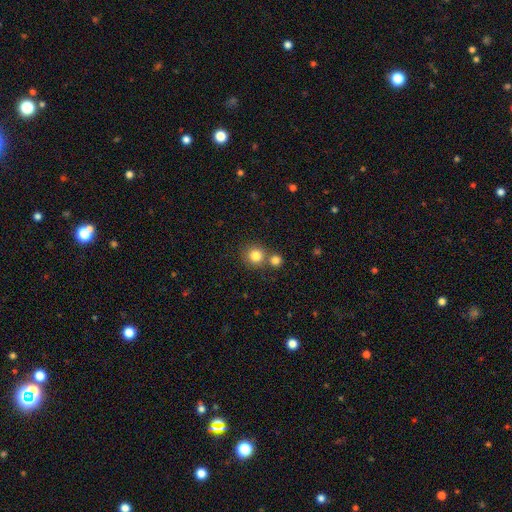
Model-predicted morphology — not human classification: Q: Smooth or featured?
A: smooth (82%); runner-up: star or artifact (11%)
Q: How rounded?
A: round (91%); runner-up: in between (8%)
Q: Merging?
A: none (63%); runner-up: merger (27%)